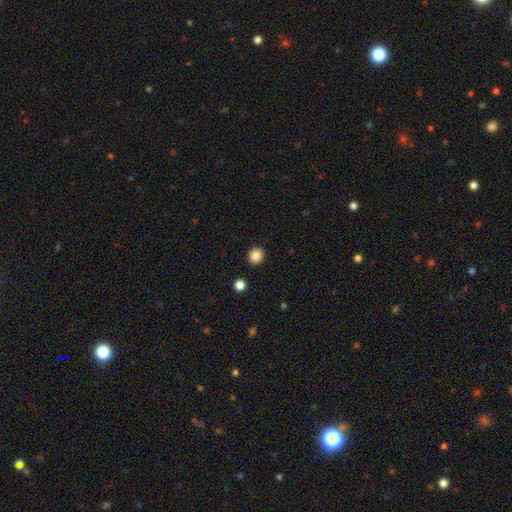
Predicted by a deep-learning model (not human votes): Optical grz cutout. It shows a smooth galaxy with no disk features (86%) that is round (90%). Merging: none (92%).